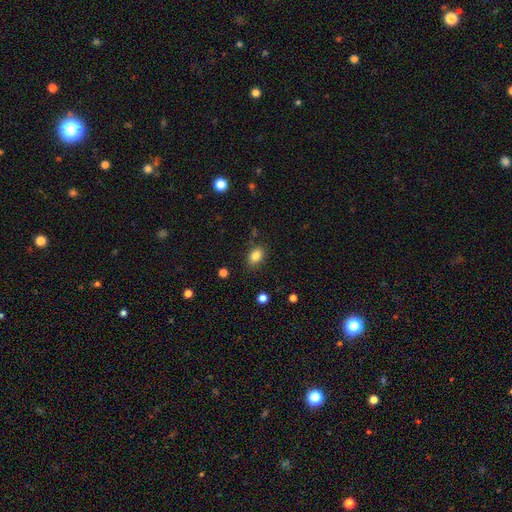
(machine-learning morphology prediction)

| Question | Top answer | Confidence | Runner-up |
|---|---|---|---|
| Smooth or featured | smooth | 84% | star or artifact (10%) |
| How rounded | in between | 78% | round (21%) |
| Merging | none | 83% | minor disturbance (12%) |